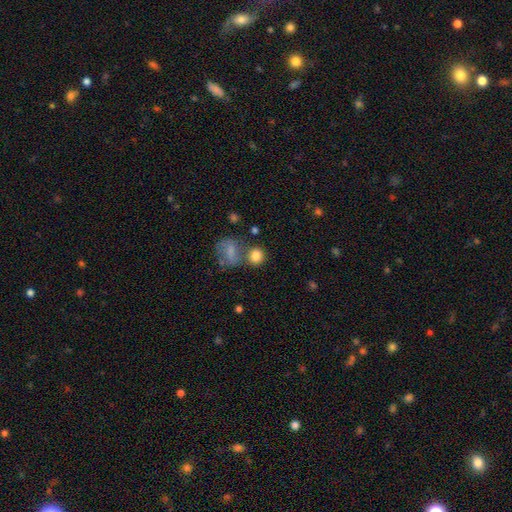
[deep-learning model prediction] The model was most divided on "merging": none: 57%, merger: 26%, minor disturbance: 12%, major disturbance: 5%. More confident: smooth or featured — smooth (82%); how rounded — round (77%).